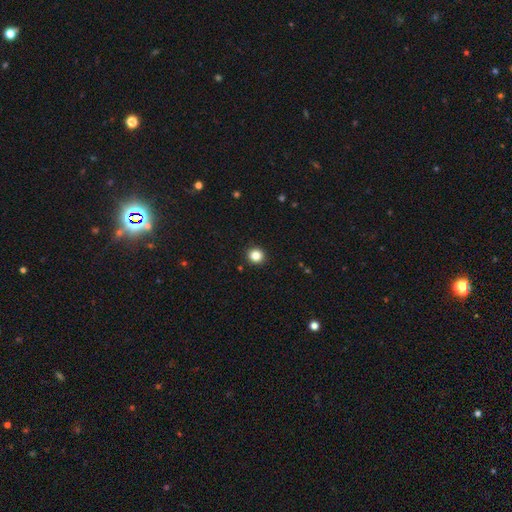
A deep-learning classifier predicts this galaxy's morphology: Smooth or featured? smooth (85%)
How rounded? round (90%)
Merging? none (93%)